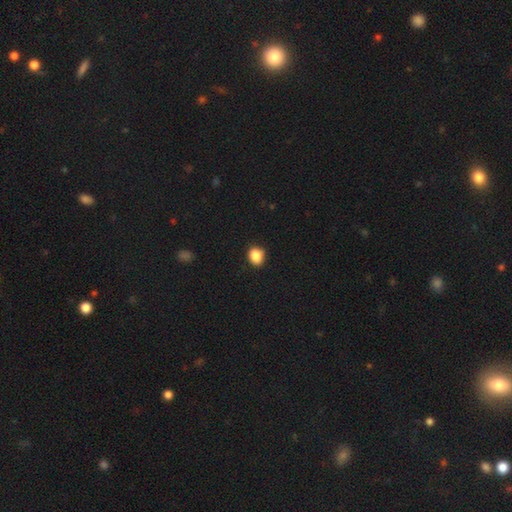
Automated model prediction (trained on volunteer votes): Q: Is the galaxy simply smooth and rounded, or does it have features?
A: smooth — 87%.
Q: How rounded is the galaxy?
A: round — 63%.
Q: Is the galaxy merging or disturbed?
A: none — 86%.